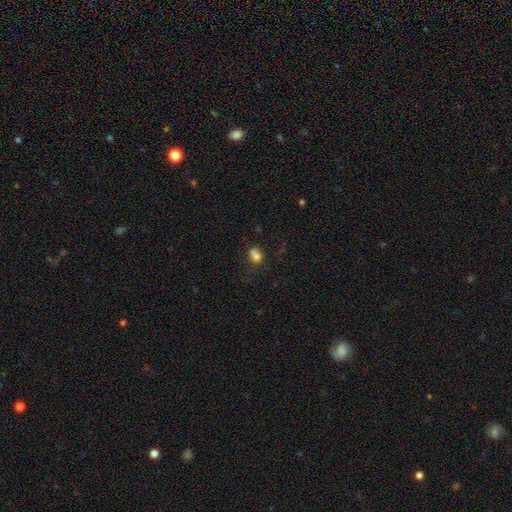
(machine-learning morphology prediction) Smooth or featured?
  - smooth: 72% *
  - featured or disk: 14%
  - star or artifact: 14%
How rounded?
  - round: 58% *
  - in between: 41%
  - cigar-shaped: 1%
Merging?
  - merger: 47% *
  - none: 32%
  - minor disturbance: 13%
  - major disturbance: 8%